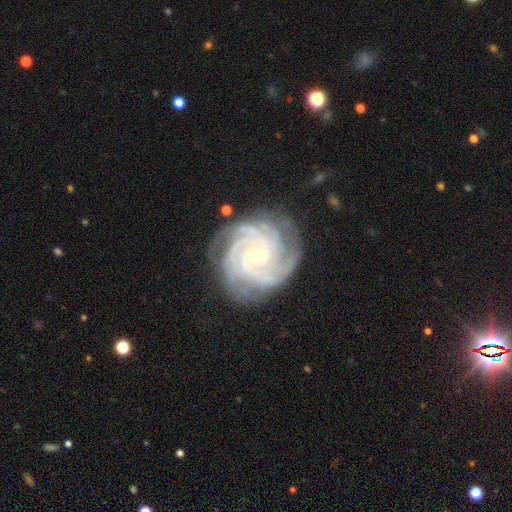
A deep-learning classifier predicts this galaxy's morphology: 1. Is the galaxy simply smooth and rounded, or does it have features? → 93% featured or disk, 4% star or artifact, 3% smooth.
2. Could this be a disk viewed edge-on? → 98% no, 2% yes.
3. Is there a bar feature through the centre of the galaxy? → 55% no, 34% weak, 11% strong.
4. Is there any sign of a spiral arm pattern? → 99% yes, 1% no.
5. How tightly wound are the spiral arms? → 80% tight, 18% medium, 2% loose.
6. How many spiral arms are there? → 37% 4, 23% 3, 13% can't tell, 12% more than 4, 9% 2, 7% 1.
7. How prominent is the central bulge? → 53% small, 45% moderate, 1% large, 1% none, 1% dominant.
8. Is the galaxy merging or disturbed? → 79% none, 15% minor disturbance, 4% major disturbance, 1% merger.